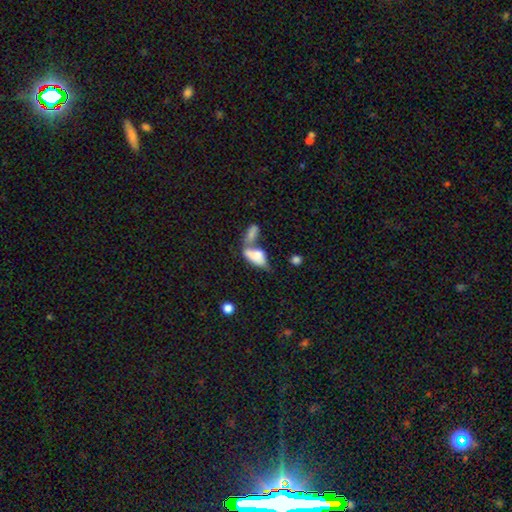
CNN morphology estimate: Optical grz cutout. It shows a smooth galaxy with no disk features (67%) that is in between round and cigar-shaped (84%). Merging: merger (66%).